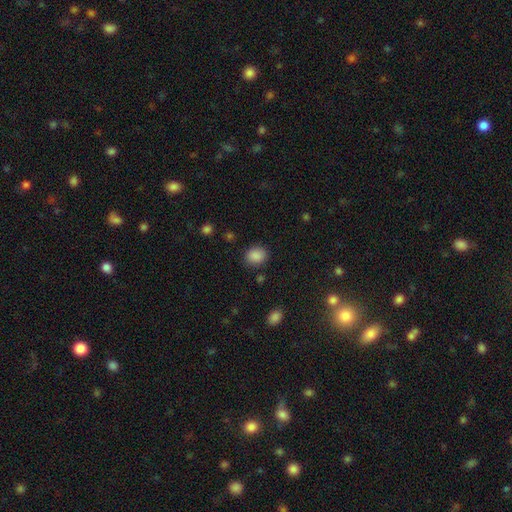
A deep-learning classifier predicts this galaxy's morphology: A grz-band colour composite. It shows a smooth galaxy with no disk features (87%) that is round (56%). Merging: none (84%).